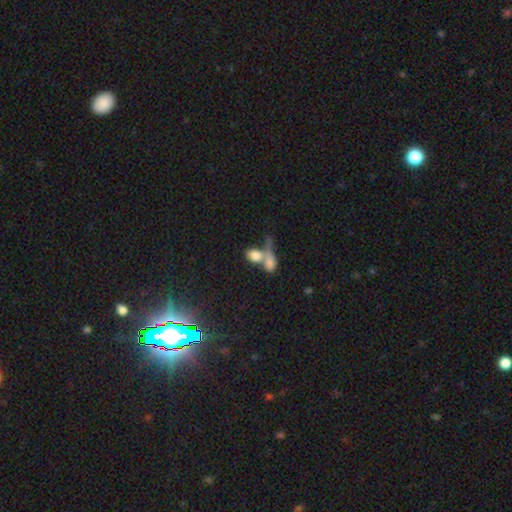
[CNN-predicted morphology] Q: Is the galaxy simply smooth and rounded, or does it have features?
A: smooth — 74%.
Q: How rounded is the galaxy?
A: in between — 76%.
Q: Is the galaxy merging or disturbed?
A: merger — 67%.